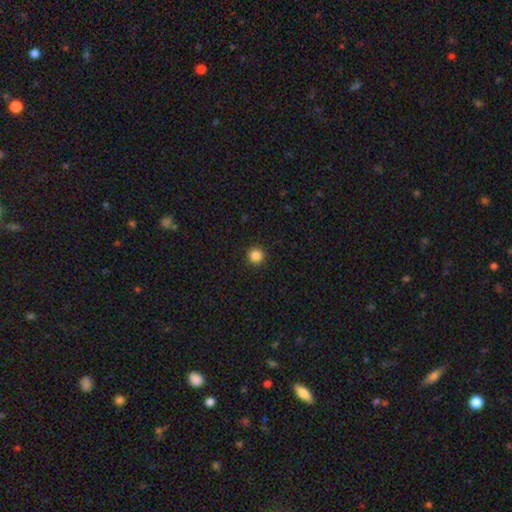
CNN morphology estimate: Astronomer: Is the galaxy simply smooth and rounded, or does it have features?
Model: smooth — 86%.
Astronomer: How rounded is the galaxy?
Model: round — 95%.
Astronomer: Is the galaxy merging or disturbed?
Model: none — 92%.